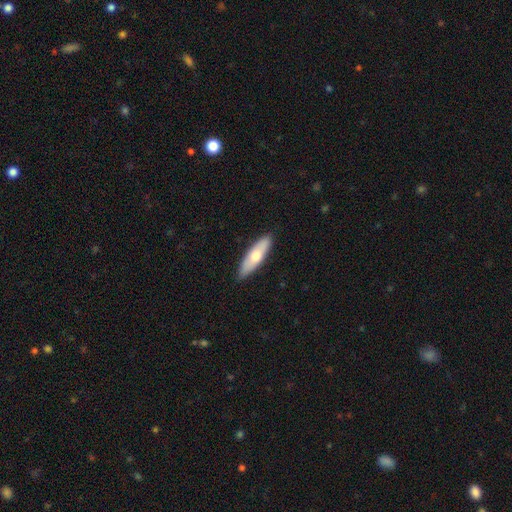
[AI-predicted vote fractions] A smooth galaxy with no disk features (61%) that is cigar-shaped (56%).

Vote fractions:
- Smooth or featured? smooth: 61% / featured or disk: 34% / star or artifact: 5%
- How rounded? cigar-shaped: 56% / in between: 42% / round: 2%
- Merging? none: 87% / minor disturbance: 10% / major disturbance: 2% / merger: 1%